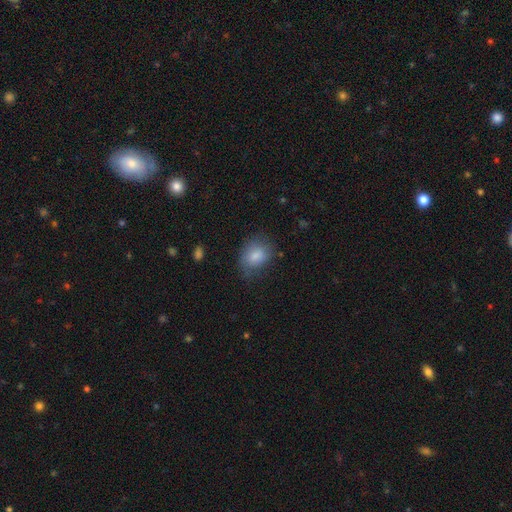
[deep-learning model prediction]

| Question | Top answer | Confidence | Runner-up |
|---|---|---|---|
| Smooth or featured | smooth | 82% | featured or disk (10%) |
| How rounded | in between | 64% | round (35%) |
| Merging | none | 64% | minor disturbance (25%) |